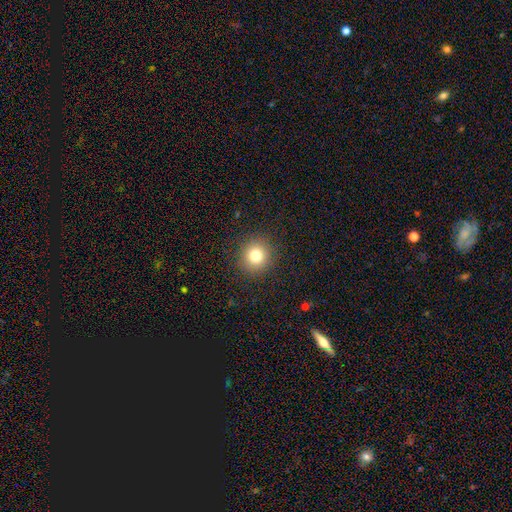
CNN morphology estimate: Overall: smooth (78%). How rounded: round (91%). Merging: none (90%).